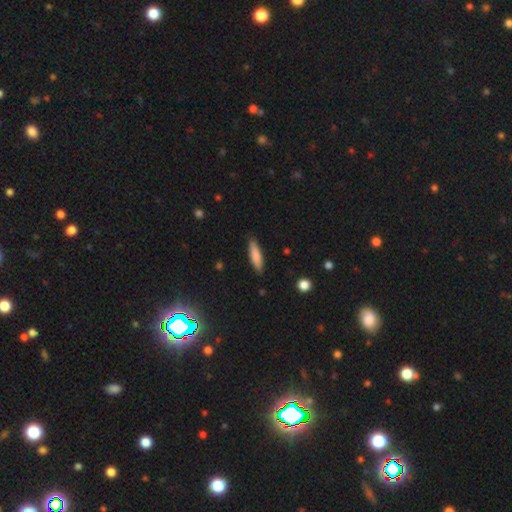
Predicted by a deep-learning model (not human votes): Q: Smooth or featured?
A: smooth (83%); runner-up: featured or disk (11%)
Q: How rounded?
A: cigar-shaped (71%); runner-up: in between (28%)
Q: Merging?
A: none (86%); runner-up: minor disturbance (10%)